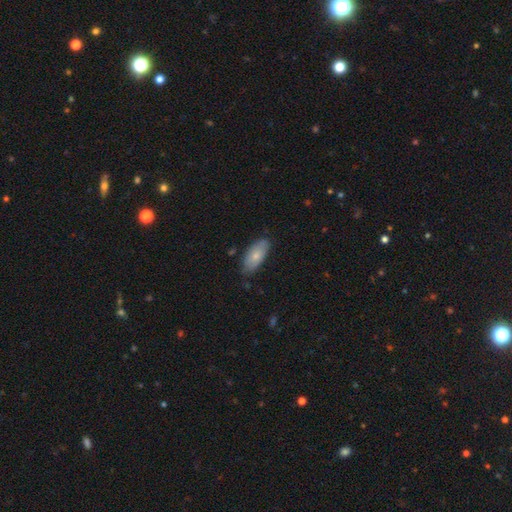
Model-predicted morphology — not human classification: Q: Smooth or featured?
A: smooth (75%); runner-up: featured or disk (19%)
Q: How rounded?
A: in between (90%); runner-up: cigar-shaped (8%)
Q: Merging?
A: none (75%); runner-up: minor disturbance (20%)